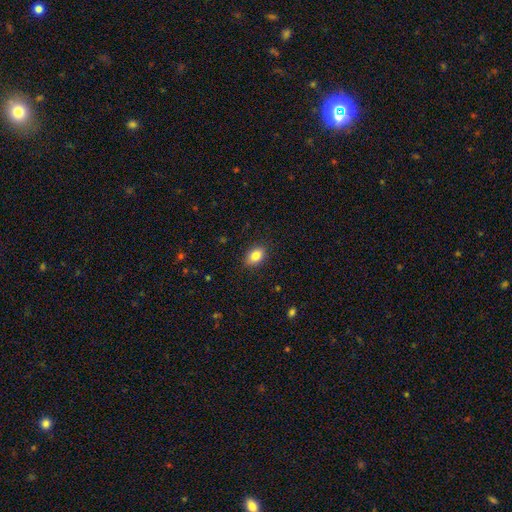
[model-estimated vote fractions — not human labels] Q: Smooth or featured?
A: smooth (85%); runner-up: star or artifact (9%)
Q: How rounded?
A: in between (77%); runner-up: round (21%)
Q: Merging?
A: none (88%); runner-up: minor disturbance (9%)